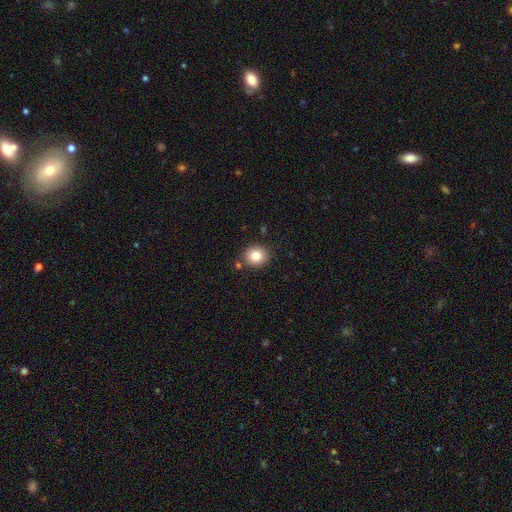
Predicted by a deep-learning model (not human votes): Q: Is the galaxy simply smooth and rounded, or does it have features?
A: smooth — 81%.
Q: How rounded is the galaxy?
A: round — 81%.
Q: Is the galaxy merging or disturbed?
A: none — 84%.